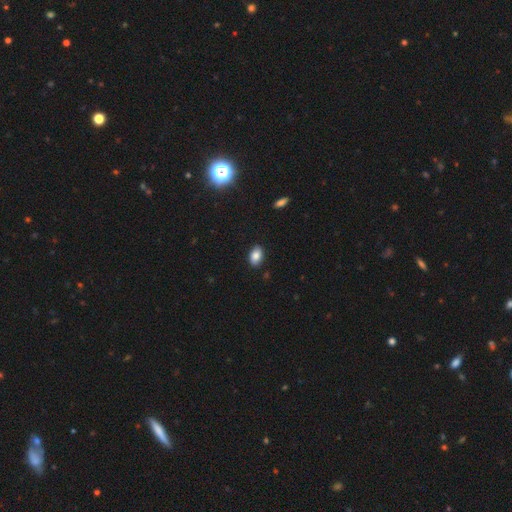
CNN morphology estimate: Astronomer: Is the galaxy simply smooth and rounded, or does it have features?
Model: smooth — 85%.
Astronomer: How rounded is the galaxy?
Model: in between — 88%.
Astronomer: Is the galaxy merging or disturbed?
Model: none — 88%.